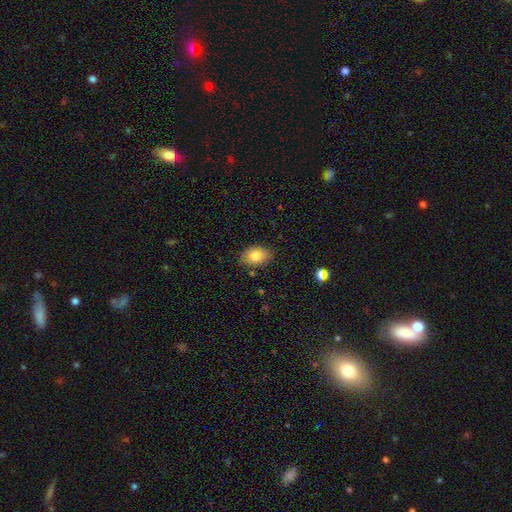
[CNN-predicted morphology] smooth_or_featured: smooth (p=0.79) [alt: featured or disk p=0.12]
how_rounded: in between (p=0.79) [alt: round p=0.20]
merging: none (p=0.81) [alt: minor disturbance p=0.14]